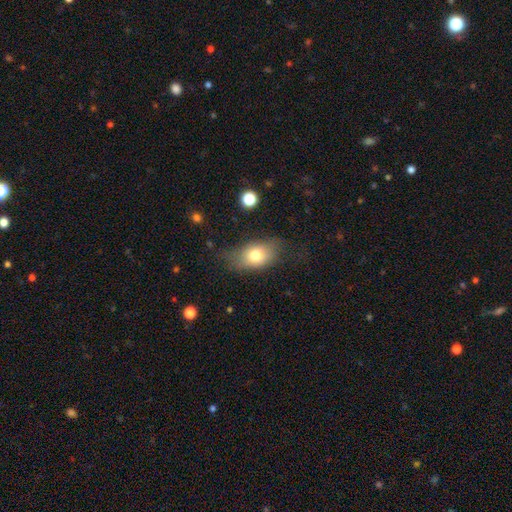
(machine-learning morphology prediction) smooth_or_featured: smooth (p=0.73) [alt: featured or disk p=0.18]
how_rounded: in between (p=0.82) [alt: round p=0.16]
merging: none (p=0.63) [alt: minor disturbance p=0.24]